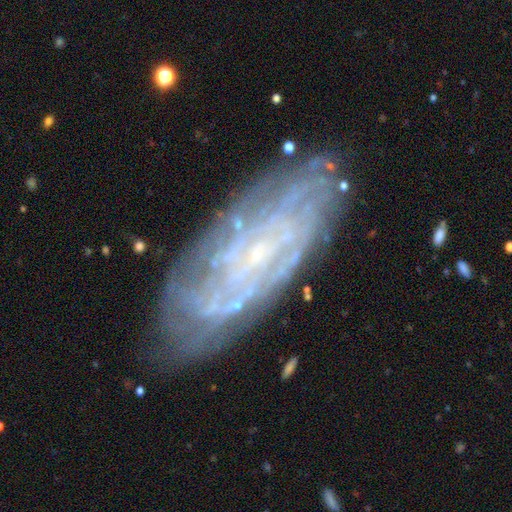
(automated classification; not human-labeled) A featured or disk galaxy (81%) with no bar (61%), tight (74%) spiral arms (90%) and a small central bulge (76%).

Vote fractions:
- Smooth or featured? featured or disk: 81% / smooth: 11% / star or artifact: 8%
- Edge-on disk? no: 88% / yes: 12%
- Bar? no: 61% / weak: 29% / strong: 9%
- Spiral arms? yes: 90% / no: 10%
- Spiral winding? tight: 74% / medium: 20% / loose: 6%
- Spiral arm count? can't tell: 51% / 4: 12% / more than 4: 11% / 2: 11% / 3: 9% / 1: 6%
- Bulge size? small: 76% / none: 13% / moderate: 9% / large: 1% / dominant: 1%
- Merging? none: 79% / minor disturbance: 14% / major disturbance: 5% / merger: 2%